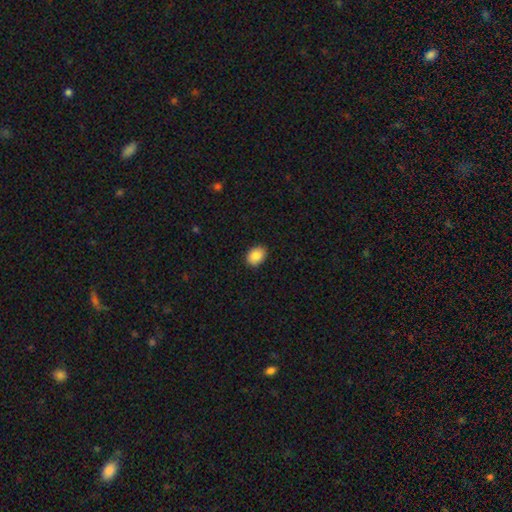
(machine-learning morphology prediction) Q: Smooth or featured?
A: smooth (87%); runner-up: star or artifact (8%)
Q: How rounded?
A: in between (68%); runner-up: round (31%)
Q: Merging?
A: none (89%); runner-up: minor disturbance (8%)